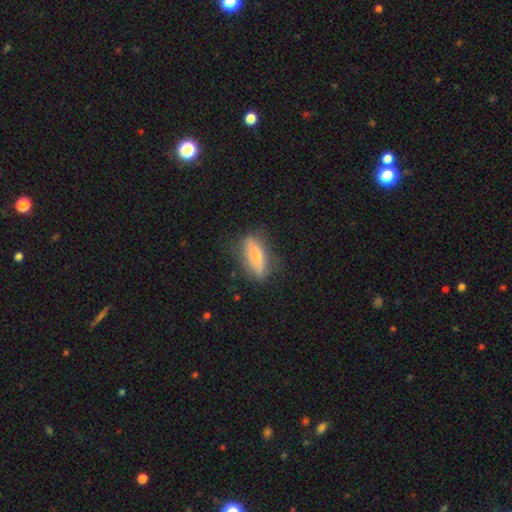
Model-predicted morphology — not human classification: Q: Smooth or featured?
A: smooth (62%); runner-up: featured or disk (30%)
Q: How rounded?
A: in between (56%); runner-up: cigar-shaped (40%)
Q: Merging?
A: none (76%); runner-up: minor disturbance (18%)